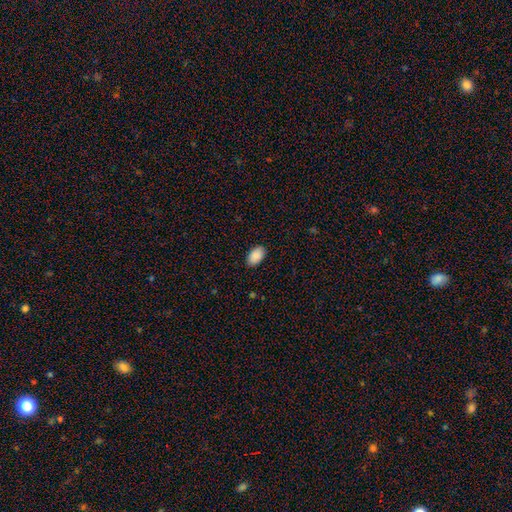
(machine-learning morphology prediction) Smooth or featured?
  - smooth: 90% *
  - star or artifact: 6%
  - featured or disk: 3%
How rounded?
  - in between: 94% *
  - round: 5%
  - cigar-shaped: 1%
Merging?
  - none: 88% *
  - minor disturbance: 9%
  - major disturbance: 2%
  - merger: 1%